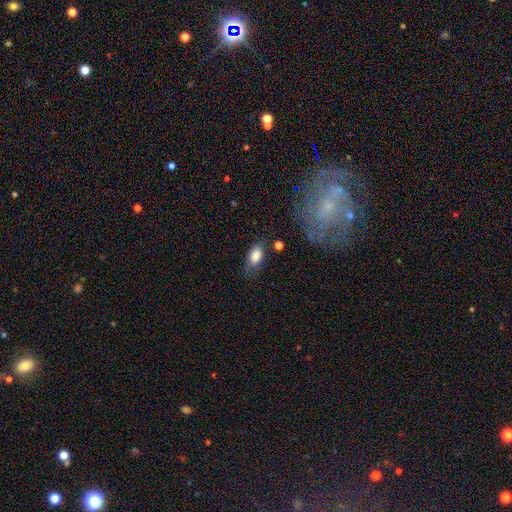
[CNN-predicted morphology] type=smooth (81%); roundness=in between (89%); merging=none (62%).